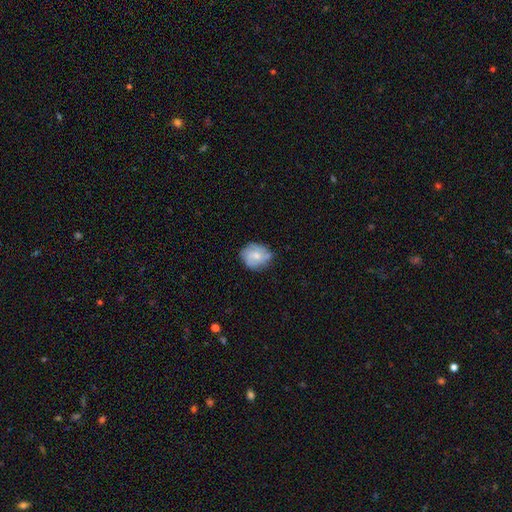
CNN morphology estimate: Smooth or featured?
  - smooth: 53% *
  - featured or disk: 39%
  - star or artifact: 8%
How rounded?
  - round: 69% *
  - in between: 30%
  - cigar-shaped: 1%
Merging?
  - none: 65% *
  - minor disturbance: 27%
  - major disturbance: 7%
  - merger: 2%